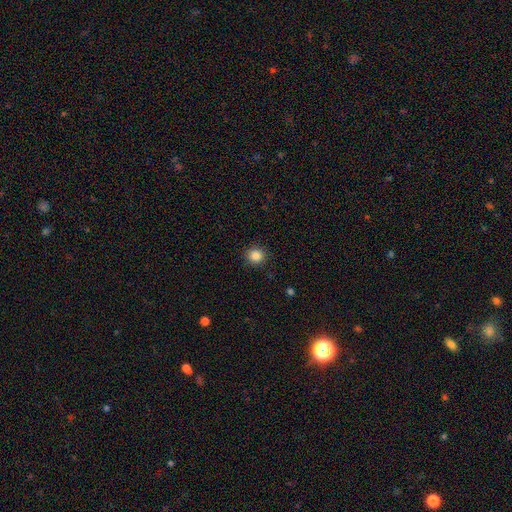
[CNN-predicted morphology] Smooth or featured? Predicted: smooth (p=0.86). How rounded? Predicted: round (p=0.92). Merging? Predicted: none (p=0.91).